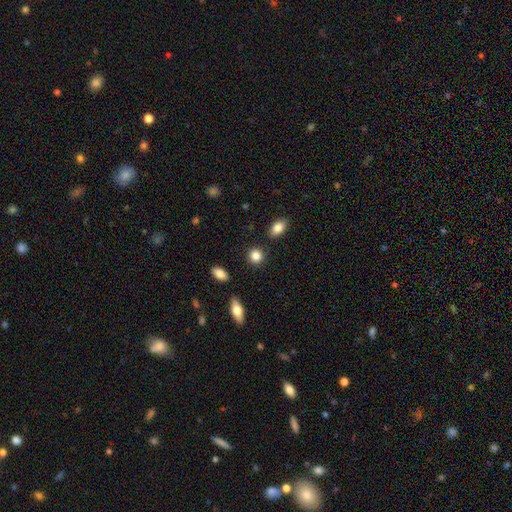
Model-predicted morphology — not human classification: A smooth galaxy with no disk features (86%) that is round (81%). Merging: none (89%).